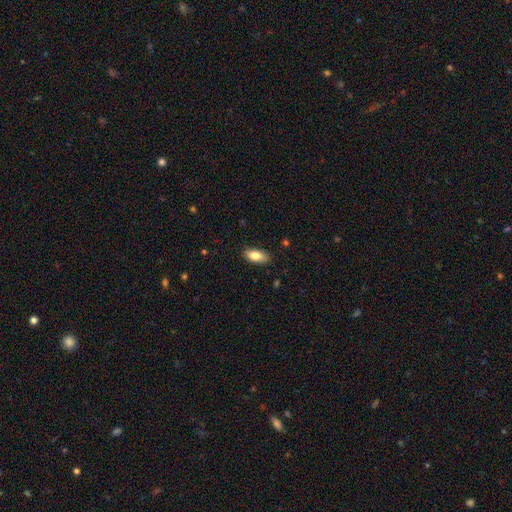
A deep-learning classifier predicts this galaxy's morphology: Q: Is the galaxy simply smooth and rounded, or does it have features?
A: smooth — 83%.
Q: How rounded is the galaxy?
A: in between — 88%.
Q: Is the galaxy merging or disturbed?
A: none — 85%.